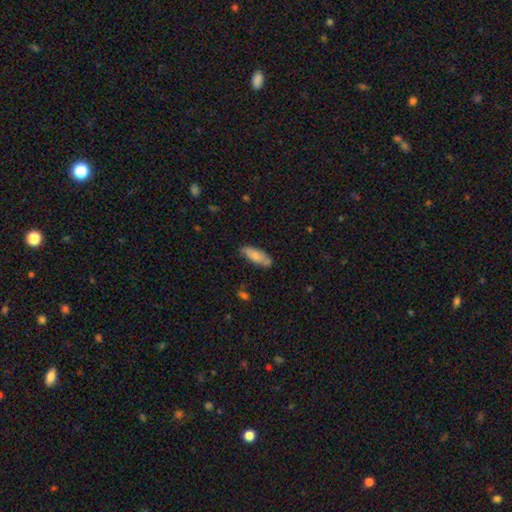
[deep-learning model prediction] Smooth or featured?
  - smooth: 76% *
  - featured or disk: 18%
  - star or artifact: 6%
How rounded?
  - in between: 67% *
  - cigar-shaped: 31%
  - round: 2%
Merging?
  - none: 74% *
  - minor disturbance: 20%
  - major disturbance: 4%
  - merger: 3%